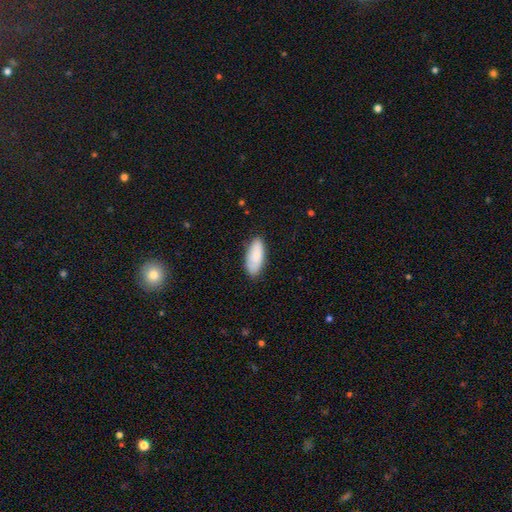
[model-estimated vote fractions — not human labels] Smooth or featured? Predicted: smooth (p=0.82). How rounded? Predicted: in between (p=0.87). Merging? Predicted: none (p=0.82).